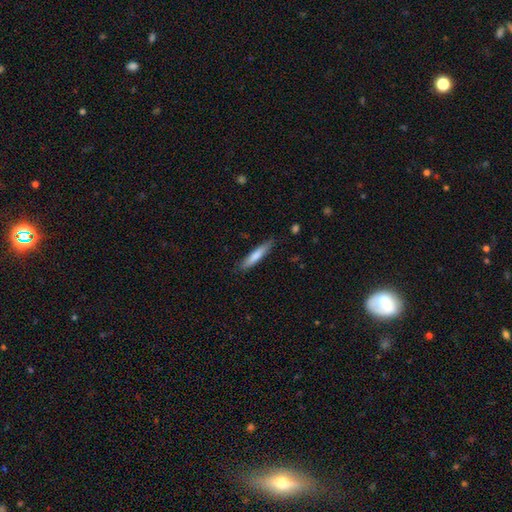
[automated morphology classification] The model was most divided on "smooth or featured": smooth: 76%, featured or disk: 18%, star or artifact: 5%. More confident: how rounded — cigar-shaped (86%); merging — none (82%).